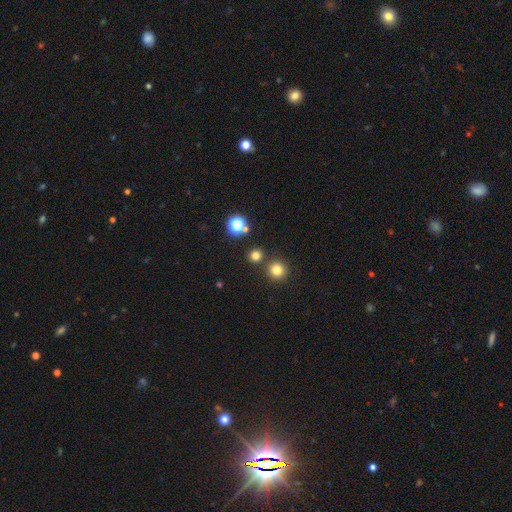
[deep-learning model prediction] smooth-or-featured: smooth: 75% | star or artifact: 20% | featured or disk: 5%
  how-rounded: round: 90% | in between: 9% | cigar-shaped: 1%
  merging: none: 81% | merger: 10% | minor disturbance: 6% | major disturbance: 2%